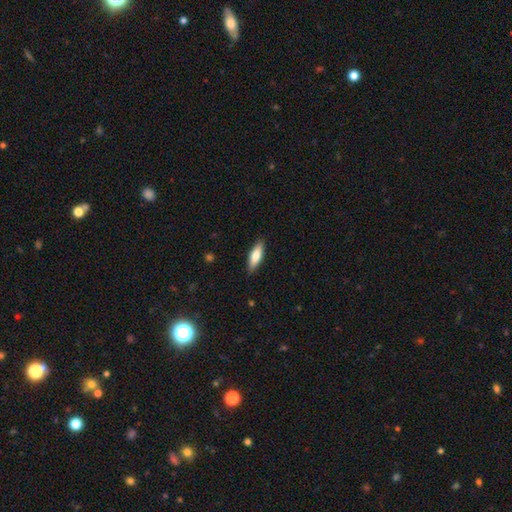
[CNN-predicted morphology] Smooth or featured?
  - smooth: 71% *
  - featured or disk: 23%
  - star or artifact: 6%
How rounded?
  - in between: 52% *
  - cigar-shaped: 46%
  - round: 2%
Merging?
  - none: 87% *
  - minor disturbance: 10%
  - major disturbance: 2%
  - merger: 1%